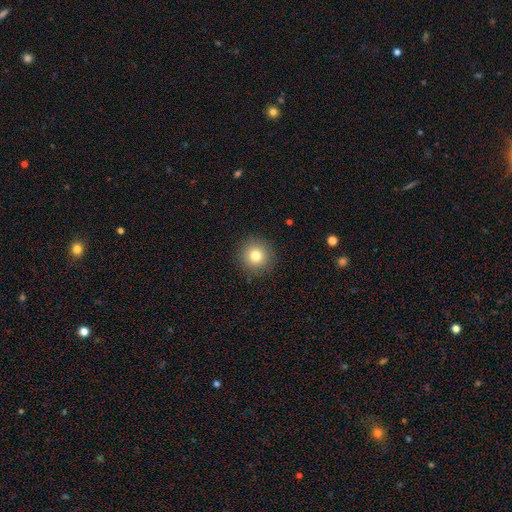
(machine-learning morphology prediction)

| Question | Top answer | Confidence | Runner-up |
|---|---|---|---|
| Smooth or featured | smooth | 80% | star or artifact (11%) |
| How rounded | round | 94% | in between (5%) |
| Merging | none | 91% | minor disturbance (6%) |